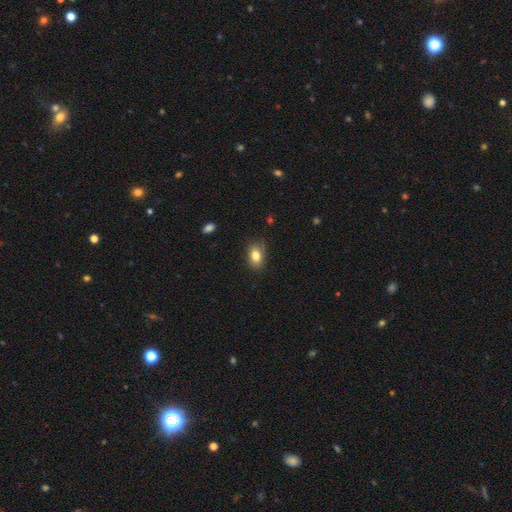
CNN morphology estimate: Q: Smooth or featured?
A: smooth (82%); runner-up: featured or disk (9%)
Q: How rounded?
A: in between (81%); runner-up: round (18%)
Q: Merging?
A: none (75%); runner-up: minor disturbance (19%)